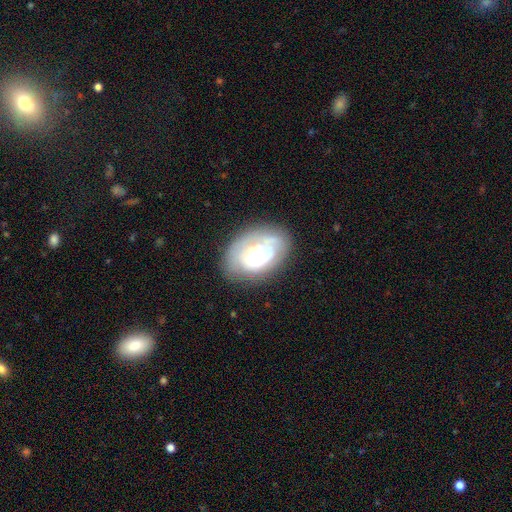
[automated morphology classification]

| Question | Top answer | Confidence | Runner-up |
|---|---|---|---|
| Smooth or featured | featured or disk | 63% | smooth (29%) |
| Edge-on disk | no | 96% | yes (4%) |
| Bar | no | 71% | weak (24%) |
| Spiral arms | yes | 72% | no (28%) |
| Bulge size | small | 46% | moderate (39%) |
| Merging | none | 65% | minor disturbance (21%) |